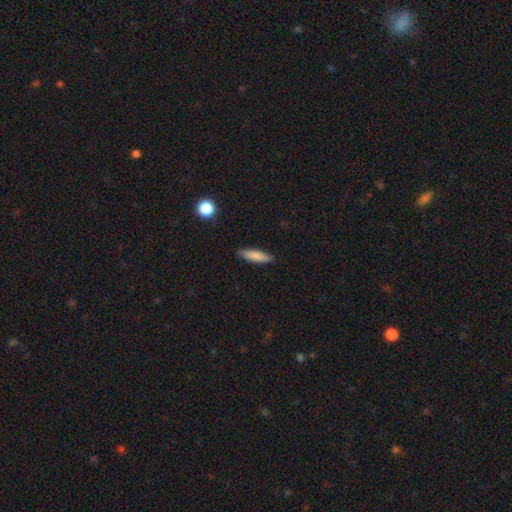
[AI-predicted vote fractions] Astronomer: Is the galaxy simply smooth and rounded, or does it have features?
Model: smooth — 83%.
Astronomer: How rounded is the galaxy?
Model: cigar-shaped — 70%.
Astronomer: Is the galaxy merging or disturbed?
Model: none — 87%.